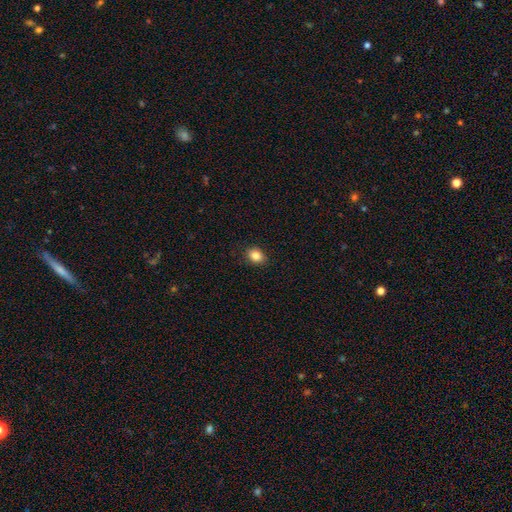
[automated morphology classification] Smooth or featured? Predicted: smooth (p=0.85). How rounded? Predicted: in between (p=0.51). Merging? Predicted: none (p=0.88).